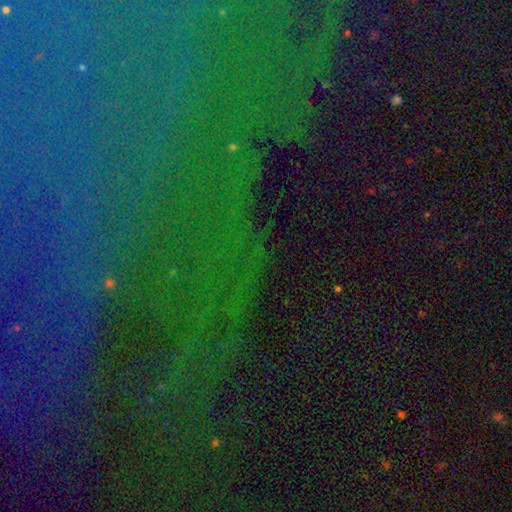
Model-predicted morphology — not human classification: Overall: star or artifact (81%).